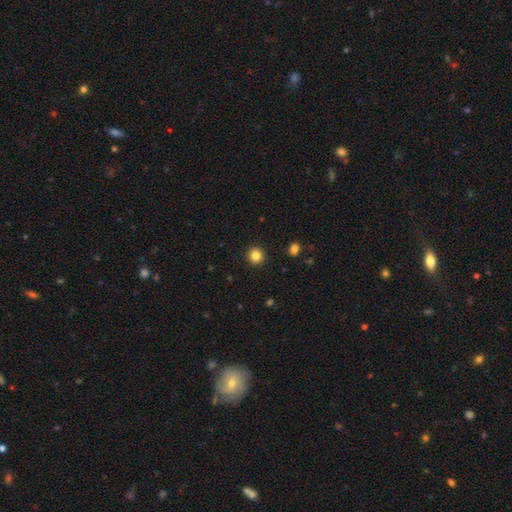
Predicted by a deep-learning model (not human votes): Smooth or featured? smooth (84%)
How rounded? round (95%)
Merging? none (93%)